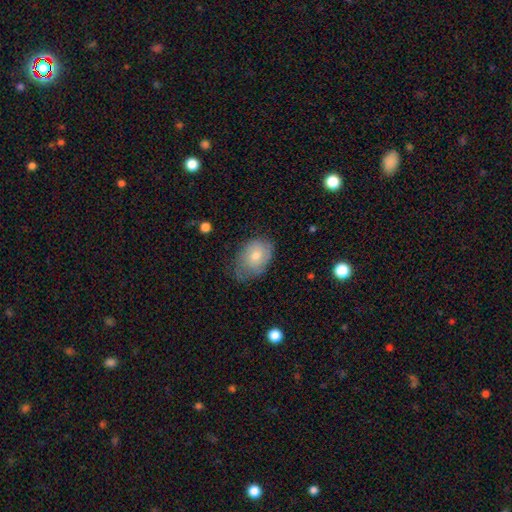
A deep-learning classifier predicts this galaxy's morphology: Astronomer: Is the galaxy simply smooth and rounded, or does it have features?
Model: smooth — 72%.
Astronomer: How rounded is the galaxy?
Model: in between — 76%.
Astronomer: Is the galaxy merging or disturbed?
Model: none — 52% (runner-up: minor disturbance, 35%).